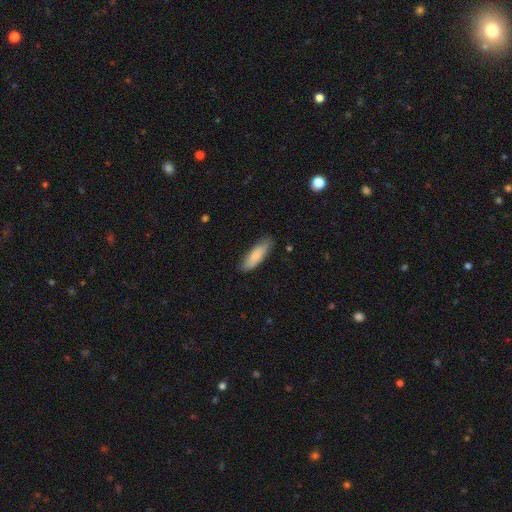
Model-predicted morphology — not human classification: smooth-or-featured: smooth: 82% | featured or disk: 12% | star or artifact: 5%
  how-rounded: in between: 51% | cigar-shaped: 48% | round: 1%
  merging: none: 78% | minor disturbance: 18% | major disturbance: 3% | merger: 1%